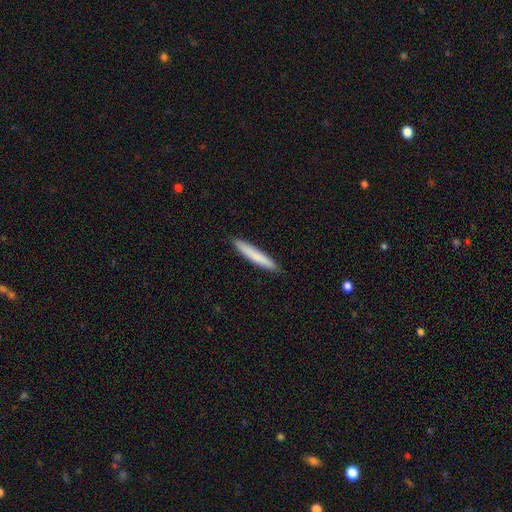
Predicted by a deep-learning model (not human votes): Morphology: type=smooth (79%); roundness=cigar-shaped (95%); merging=none (91%).